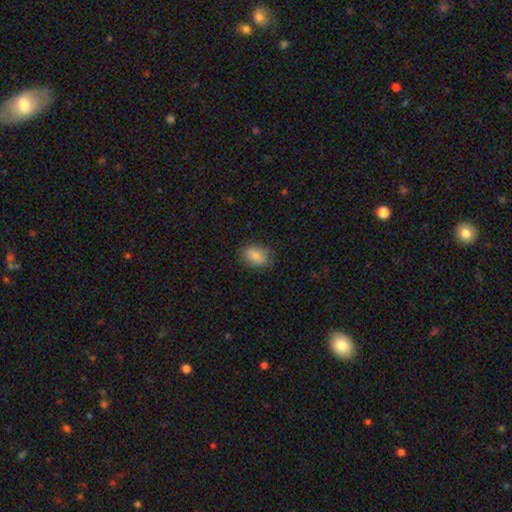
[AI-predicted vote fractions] Smooth or featured?
  - smooth: 84% *
  - featured or disk: 9%
  - star or artifact: 8%
How rounded?
  - in between: 81% *
  - round: 18%
  - cigar-shaped: 2%
Merging?
  - none: 81% *
  - minor disturbance: 14%
  - major disturbance: 4%
  - merger: 1%